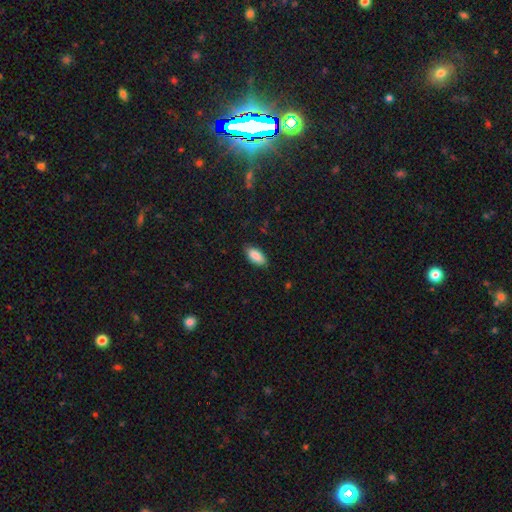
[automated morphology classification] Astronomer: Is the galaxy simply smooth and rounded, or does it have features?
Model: smooth — 88%.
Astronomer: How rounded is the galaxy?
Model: in between — 91%.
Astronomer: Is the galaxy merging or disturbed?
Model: none — 85%.